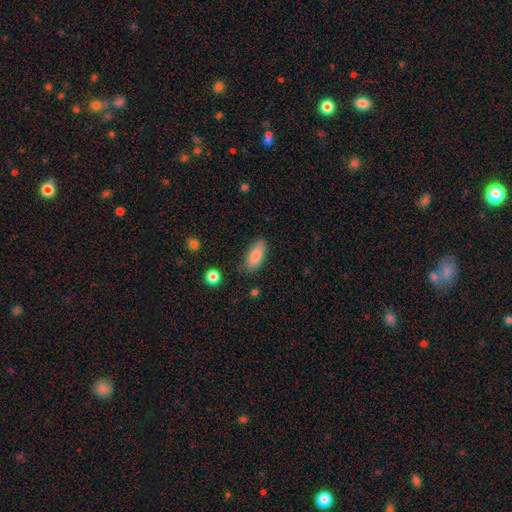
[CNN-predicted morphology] type=smooth (85%); roundness=in between (77%); merging=none (80%).